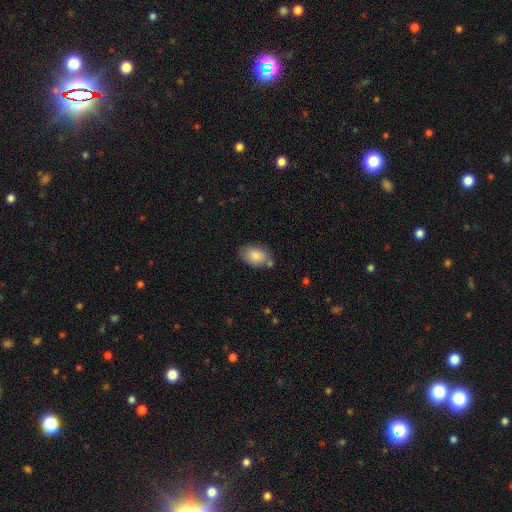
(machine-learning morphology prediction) This appears to be a smooth galaxy with no disk features (85%) that is in between round and cigar-shaped (87%). Merging: none (70%).